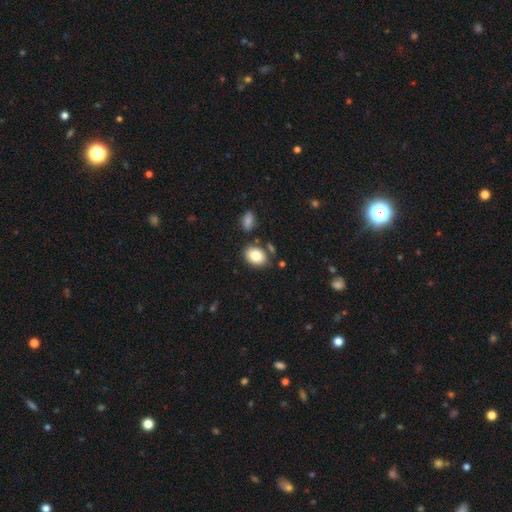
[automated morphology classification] type=smooth (86%); roundness=in between (76%); merging=none (76%).